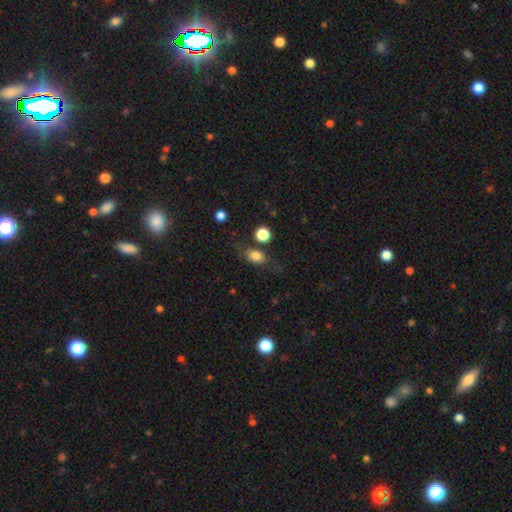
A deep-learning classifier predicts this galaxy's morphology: A smooth galaxy with no disk features (77%) that is in between round and cigar-shaped (64%). Merging: none (64%).